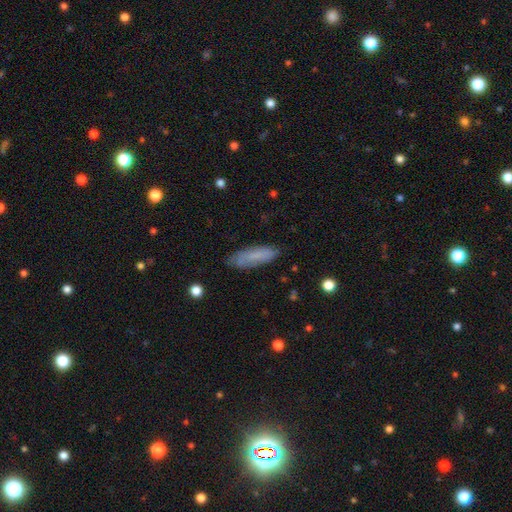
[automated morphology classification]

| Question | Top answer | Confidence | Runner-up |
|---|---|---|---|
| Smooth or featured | smooth | 75% | featured or disk (17%) |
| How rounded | cigar-shaped | 56% | in between (43%) |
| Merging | none | 78% | minor disturbance (16%) |